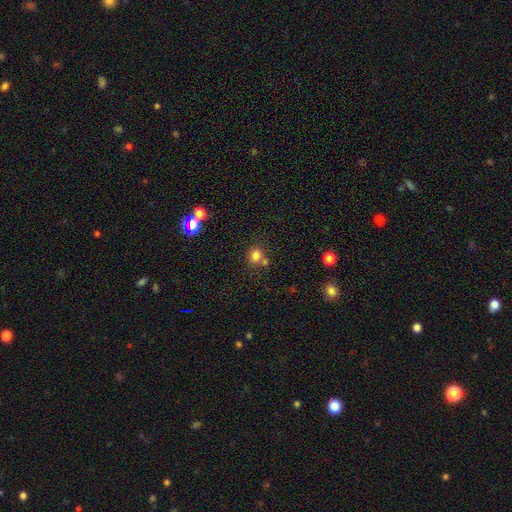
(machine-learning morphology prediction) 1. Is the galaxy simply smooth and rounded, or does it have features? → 79% smooth, 15% star or artifact, 7% featured or disk.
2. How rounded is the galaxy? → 76% round, 23% in between, 1% cigar-shaped.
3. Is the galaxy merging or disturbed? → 59% none, 25% merger, 11% minor disturbance, 4% major disturbance.